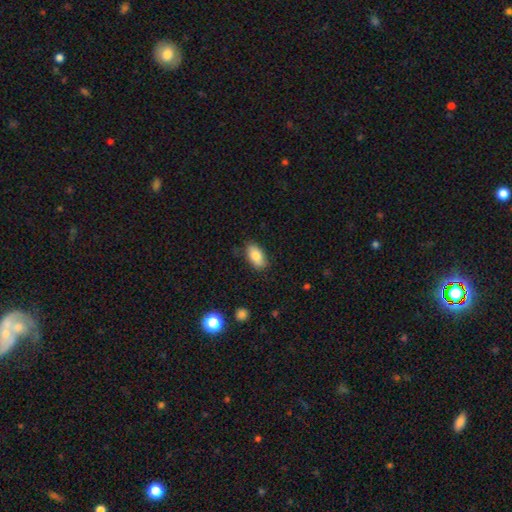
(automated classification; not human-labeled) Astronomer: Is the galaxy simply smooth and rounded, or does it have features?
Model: smooth — 83%.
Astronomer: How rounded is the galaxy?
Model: in between — 91%.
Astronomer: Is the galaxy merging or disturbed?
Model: none — 83%.